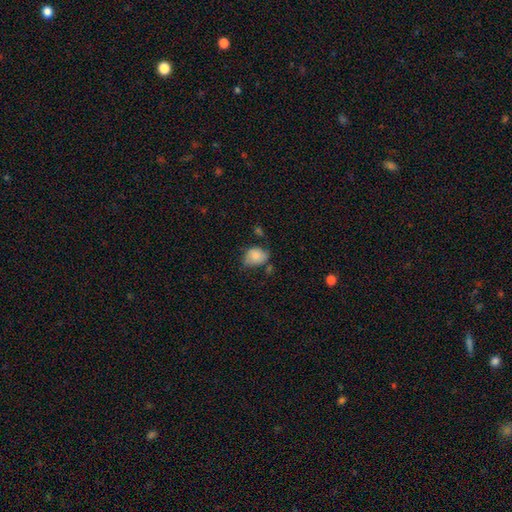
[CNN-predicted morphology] Q: Smooth or featured?
A: smooth (77%); runner-up: featured or disk (15%)
Q: How rounded?
A: in between (61%); runner-up: round (38%)
Q: Merging?
A: none (47%); runner-up: minor disturbance (36%)